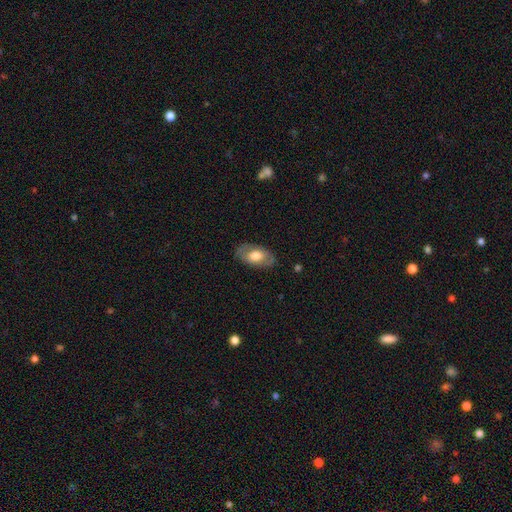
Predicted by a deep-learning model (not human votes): This is possibly a smooth galaxy (60%). How rounded: clearly in between (92%). Merging: likely none (80%).